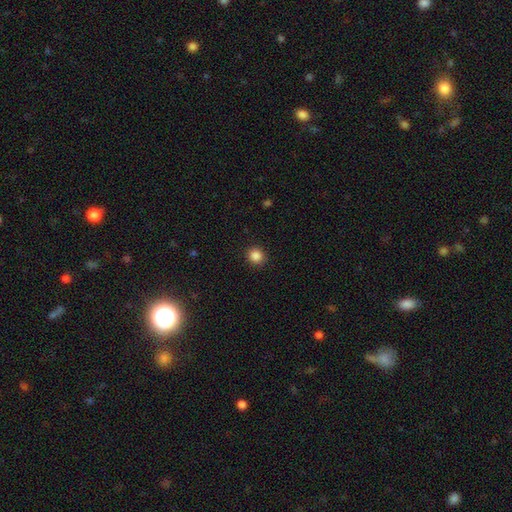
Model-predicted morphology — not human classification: type=smooth (86%); roundness=round (90%); merging=none (92%).